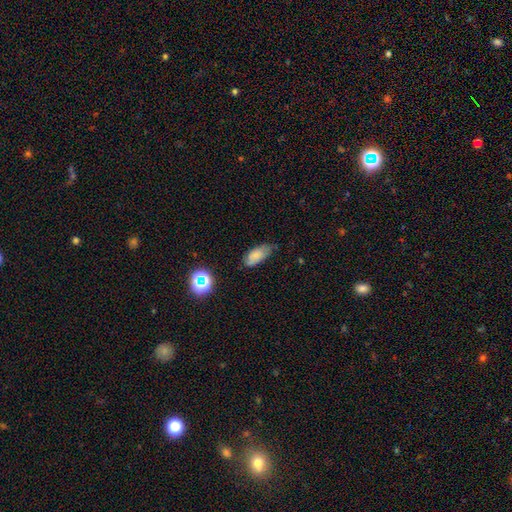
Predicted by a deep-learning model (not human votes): This appears to be a smooth galaxy with no disk features (75%) that is in between round and cigar-shaped (88%). Merging: none (62%).